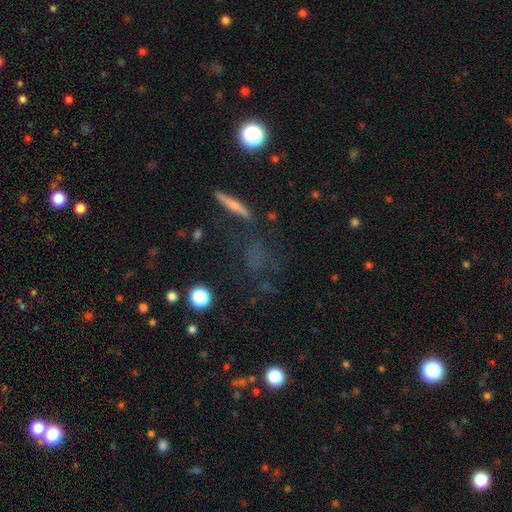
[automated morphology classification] Q: Smooth or featured?
A: smooth (42%); runner-up: star or artifact (34%)
Q: Merging?
A: none (62%); runner-up: minor disturbance (16%)